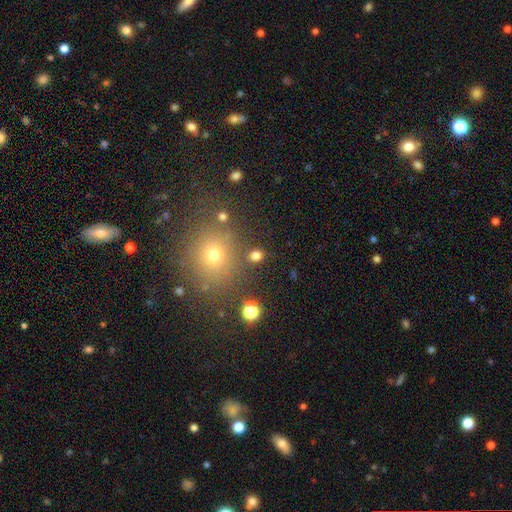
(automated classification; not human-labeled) Smooth or featured? smooth (75%)
How rounded? round (74%)
Merging? none (80%)